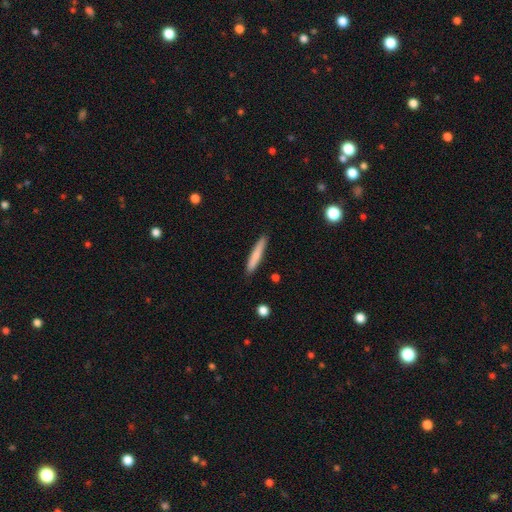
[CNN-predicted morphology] Smooth or featured?
  - smooth: 78% *
  - featured or disk: 17%
  - star or artifact: 6%
How rounded?
  - cigar-shaped: 94% *
  - in between: 5%
  - round: 1%
Merging?
  - none: 90% *
  - minor disturbance: 8%
  - major disturbance: 2%
  - merger: 1%